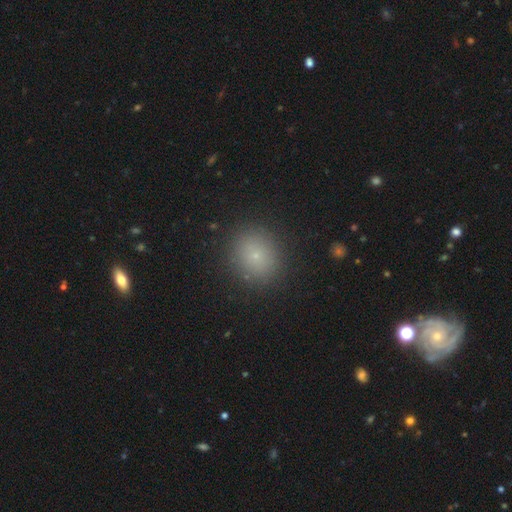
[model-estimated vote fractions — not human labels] Smooth or featured: smooth — 76% (star or artifact — 15%)
How rounded: round — 79% (in between — 20%)
Merging: none — 89% (minor disturbance — 7%)